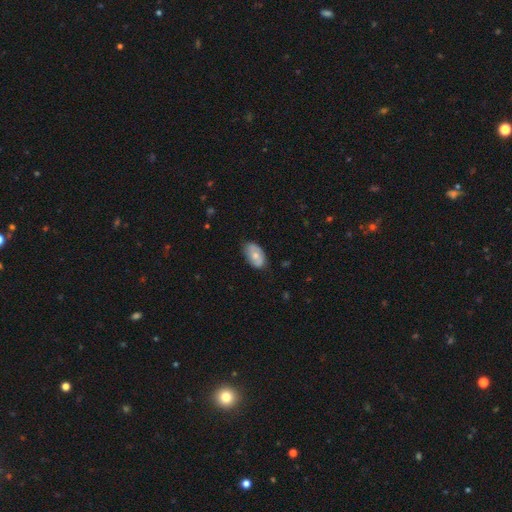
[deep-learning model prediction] Smooth or featured: smooth — 62% (featured or disk — 31%)
How rounded: in between — 92% (round — 6%)
Merging: none — 72% (minor disturbance — 23%)